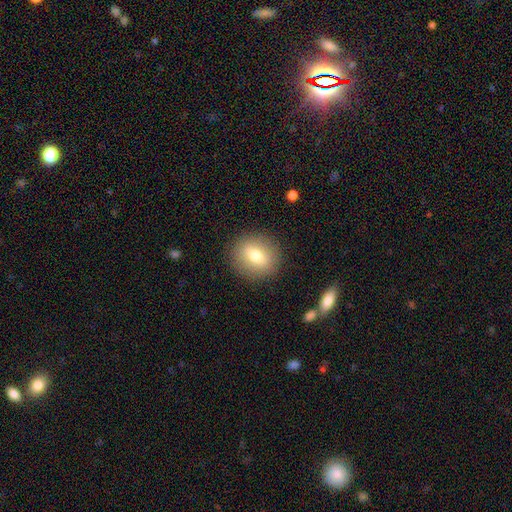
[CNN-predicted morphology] smooth_or_featured: smooth (p=0.72) [alt: featured or disk p=0.18]
how_rounded: round (p=0.78) [alt: in between p=0.21]
merging: none (p=0.88) [alt: minor disturbance p=0.08]